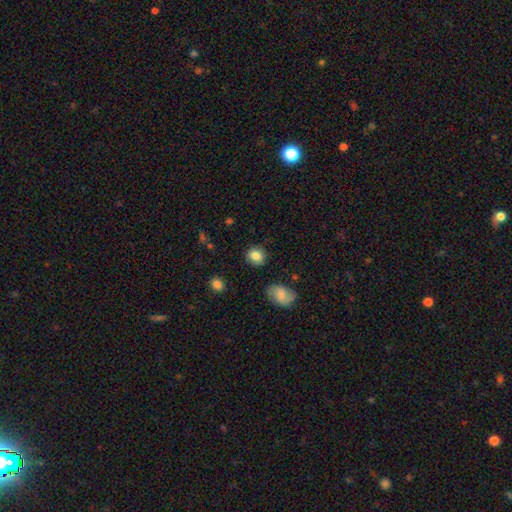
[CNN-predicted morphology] This appears to be a smooth galaxy with no disk features (84%) that is round (74%). Merging: none (84%).